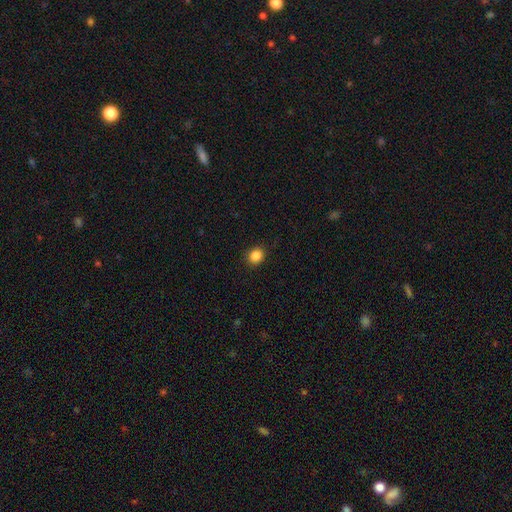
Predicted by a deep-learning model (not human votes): This is clearly a smooth galaxy (86%). How rounded: likely round (74%). Merging: clearly none (90%).